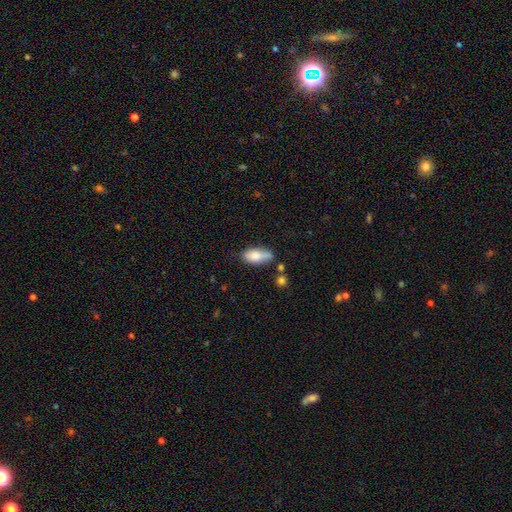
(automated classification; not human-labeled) Smooth or featured?
  - smooth: 78% *
  - featured or disk: 15%
  - star or artifact: 7%
How rounded?
  - in between: 86% *
  - cigar-shaped: 11%
  - round: 3%
Merging?
  - none: 55% *
  - minor disturbance: 28%
  - merger: 9%
  - major disturbance: 7%